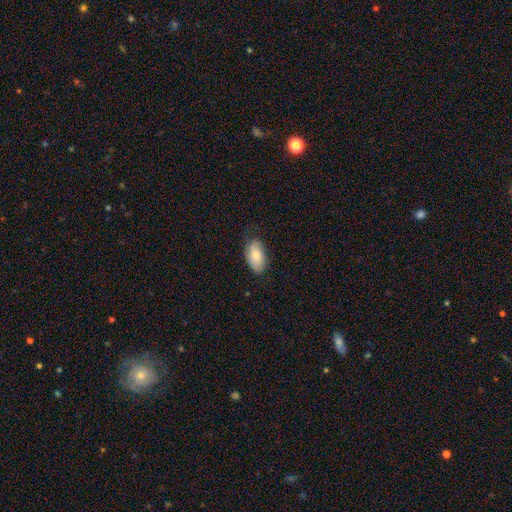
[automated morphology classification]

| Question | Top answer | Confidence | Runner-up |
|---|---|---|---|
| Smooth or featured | smooth | 75% | featured or disk (19%) |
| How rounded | in between | 94% | round (4%) |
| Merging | none | 68% | minor disturbance (25%) |